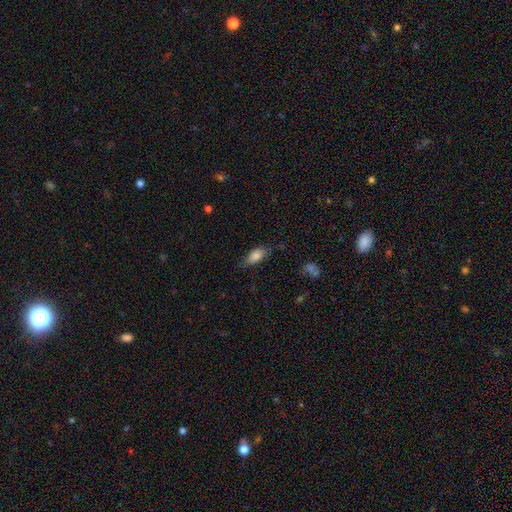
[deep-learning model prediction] Smooth or featured?
  - smooth: 80% *
  - featured or disk: 12%
  - star or artifact: 8%
How rounded?
  - in between: 84% *
  - cigar-shaped: 13%
  - round: 4%
Merging?
  - none: 70% *
  - minor disturbance: 22%
  - major disturbance: 6%
  - merger: 2%